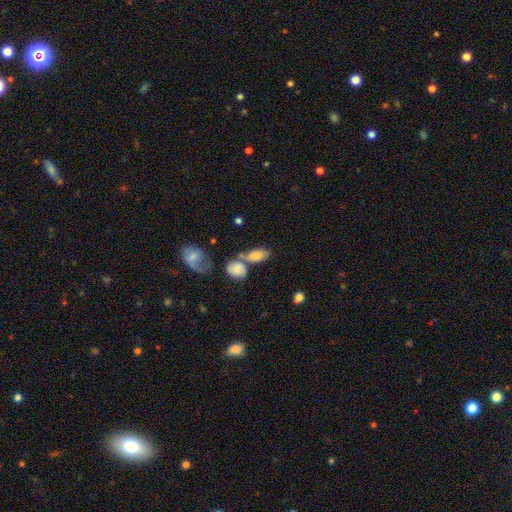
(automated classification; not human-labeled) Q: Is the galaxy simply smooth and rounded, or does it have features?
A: smooth — 77%.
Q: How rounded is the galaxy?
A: in between — 89%.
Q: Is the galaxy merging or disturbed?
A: merger — 44%.